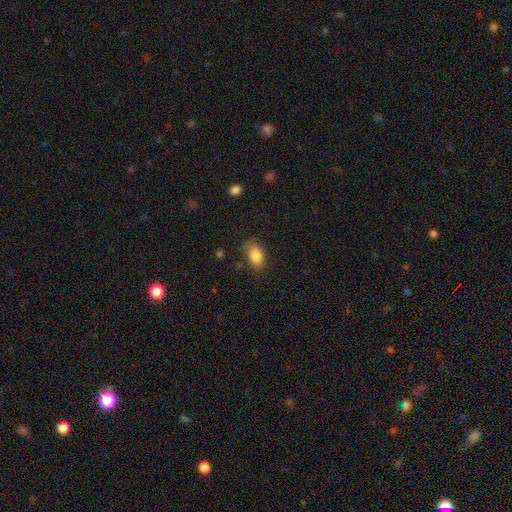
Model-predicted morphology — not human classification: Smooth or featured?
  - smooth: 84% *
  - star or artifact: 8%
  - featured or disk: 8%
How rounded?
  - in between: 85% *
  - round: 13%
  - cigar-shaped: 2%
Merging?
  - none: 75% *
  - minor disturbance: 19%
  - major disturbance: 5%
  - merger: 2%